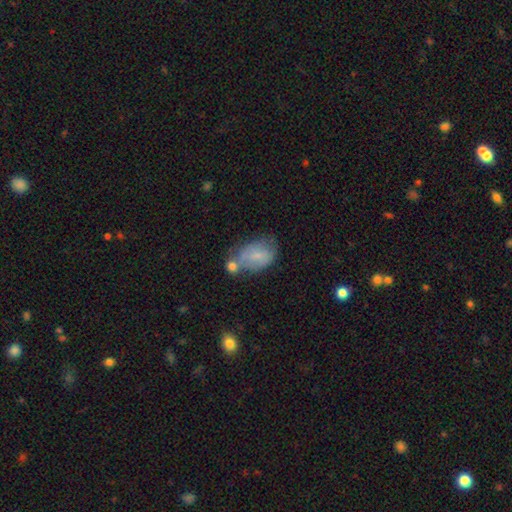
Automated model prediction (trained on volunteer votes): Morphology: type=smooth (66%); roundness=in between (86%); merging=none (35%).